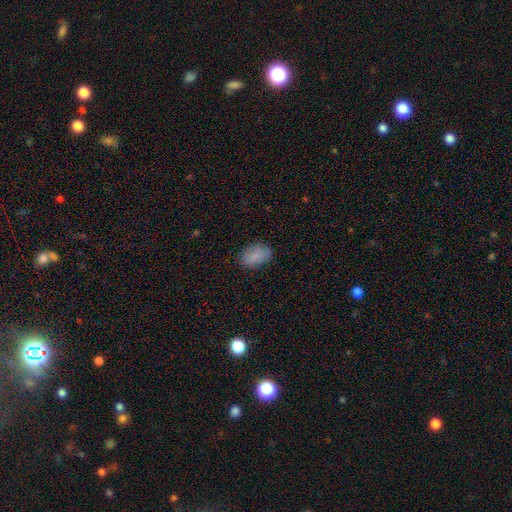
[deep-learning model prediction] Smooth or featured?
  - smooth: 86% *
  - star or artifact: 8%
  - featured or disk: 6%
How rounded?
  - in between: 90% *
  - round: 8%
  - cigar-shaped: 1%
Merging?
  - none: 82% *
  - minor disturbance: 14%
  - major disturbance: 3%
  - merger: 1%